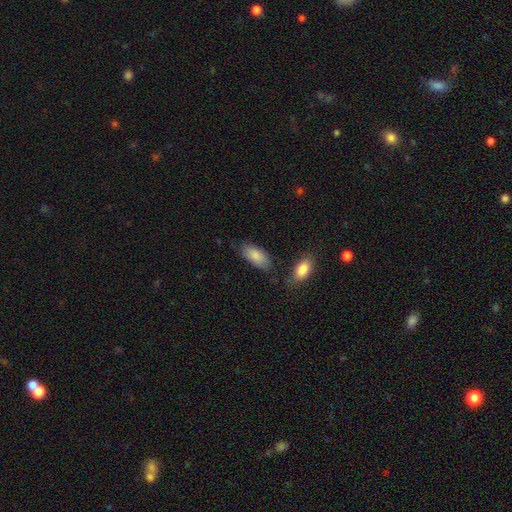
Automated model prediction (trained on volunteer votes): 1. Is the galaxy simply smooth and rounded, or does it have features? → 86% smooth, 8% featured or disk, 6% star or artifact.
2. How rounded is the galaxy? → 91% in between, 7% cigar-shaped, 2% round.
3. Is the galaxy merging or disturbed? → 70% none, 20% minor disturbance, 6% merger, 5% major disturbance.